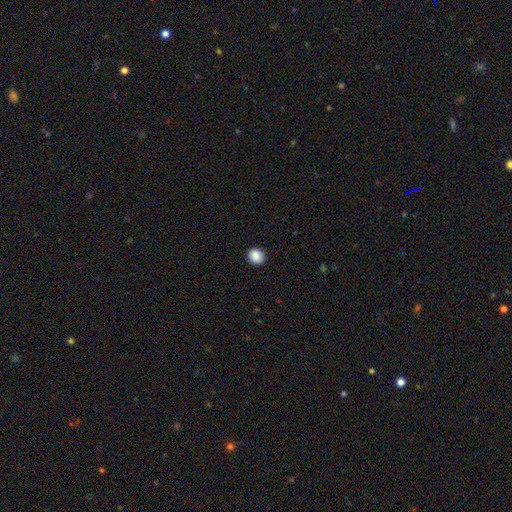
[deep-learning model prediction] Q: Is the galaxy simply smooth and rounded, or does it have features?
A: smooth — 88%.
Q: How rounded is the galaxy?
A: round — 85%.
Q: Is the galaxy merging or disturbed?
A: none — 92%.